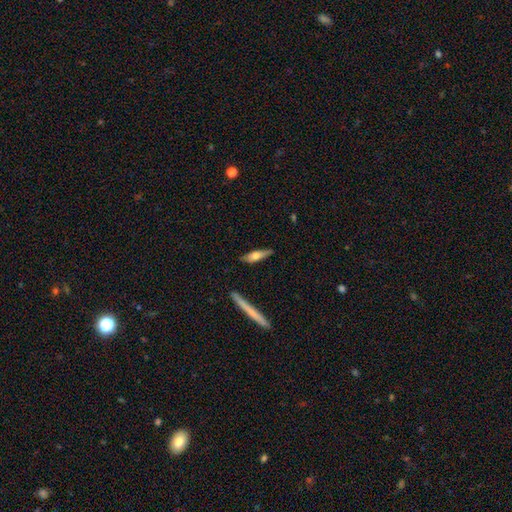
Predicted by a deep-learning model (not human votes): smooth_or_featured: smooth (p=0.53) [alt: featured or disk p=0.42]
how_rounded: cigar-shaped (p=0.72) [alt: in between p=0.26]
merging: none (p=0.81) [alt: minor disturbance p=0.14]